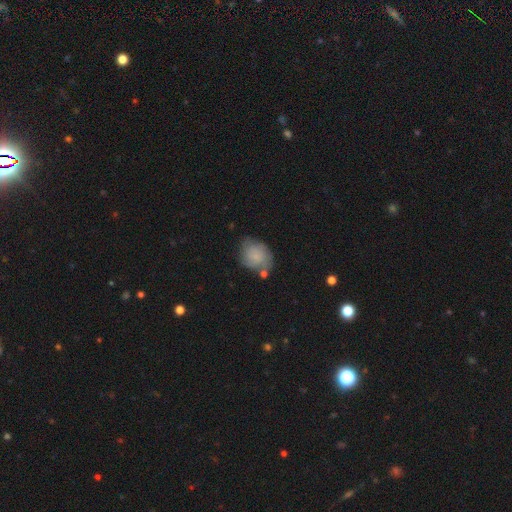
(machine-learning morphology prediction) Smooth or featured? Predicted: smooth (p=0.69). How rounded? Predicted: round (p=0.54). Merging? Predicted: none (p=0.55).